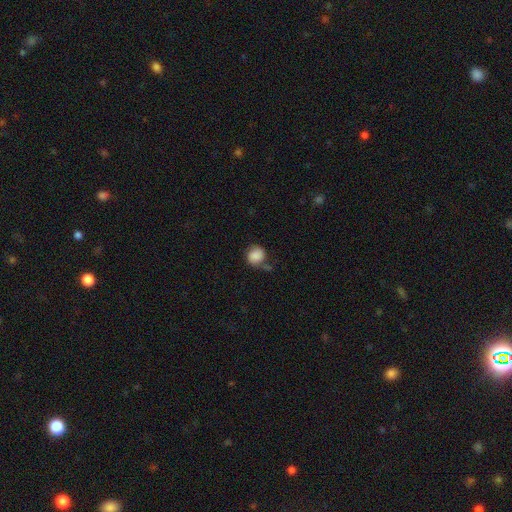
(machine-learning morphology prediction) Smooth or featured? Predicted: smooth (p=0.82). How rounded? Predicted: round (p=0.83). Merging? Predicted: none (p=0.58).